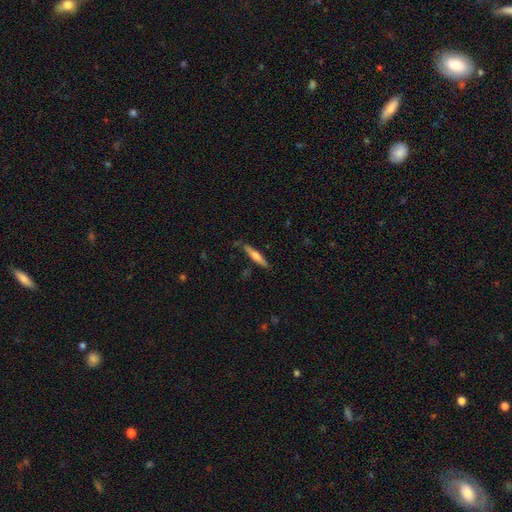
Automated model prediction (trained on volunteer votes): smooth 60%, featured or disk 34%, star or artifact 6%. Down the decision tree: how rounded — cigar-shaped (90%); merging — none (81%).